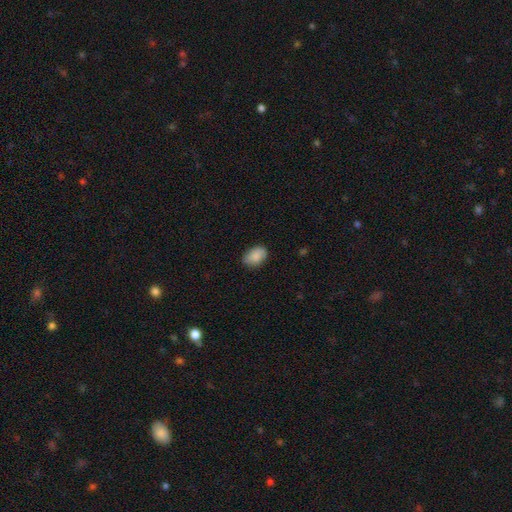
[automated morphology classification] This appears to be a smooth galaxy with no disk features (88%) that is in between round and cigar-shaped (85%). Merging: none (83%).